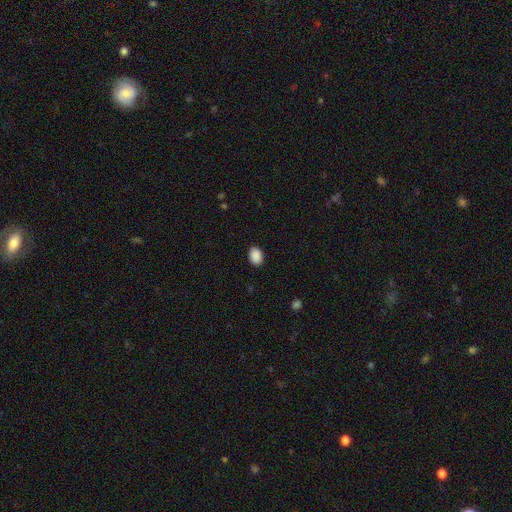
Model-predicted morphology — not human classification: Q: Smooth or featured?
A: smooth (90%); runner-up: star or artifact (8%)
Q: How rounded?
A: in between (79%); runner-up: round (20%)
Q: Merging?
A: none (90%); runner-up: minor disturbance (7%)